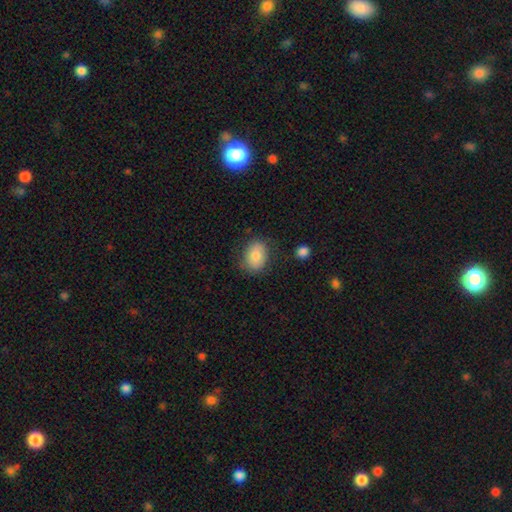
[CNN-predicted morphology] Smooth or featured: smooth — 83% (featured or disk — 9%)
How rounded: in between — 72% (round — 27%)
Merging: none — 76% (minor disturbance — 17%)